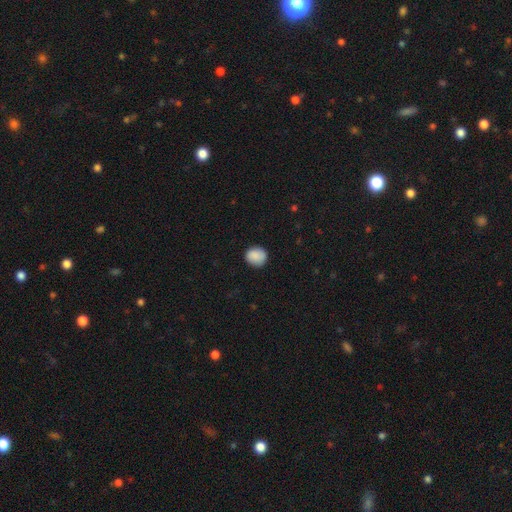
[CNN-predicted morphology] Smooth or featured?
  - smooth: 89% *
  - star or artifact: 8%
  - featured or disk: 4%
How rounded?
  - round: 83% *
  - in between: 16%
  - cigar-shaped: 1%
Merging?
  - none: 87% *
  - minor disturbance: 10%
  - major disturbance: 2%
  - merger: 1%